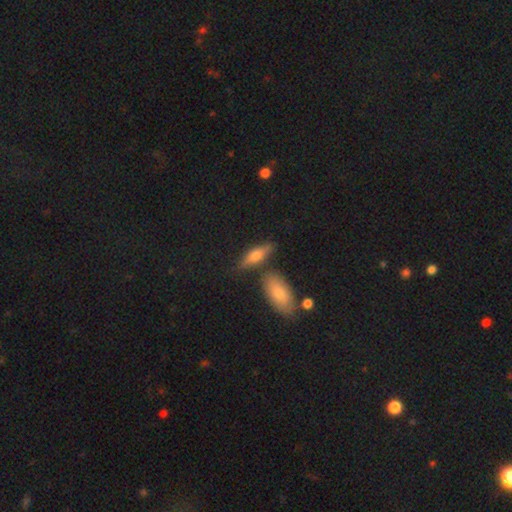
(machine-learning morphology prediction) smooth_or_featured: smooth (p=0.58) [alt: featured or disk p=0.33]
how_rounded: in between (p=0.58) [alt: cigar-shaped p=0.37]
merging: none (p=0.70) [alt: minor disturbance p=0.15]